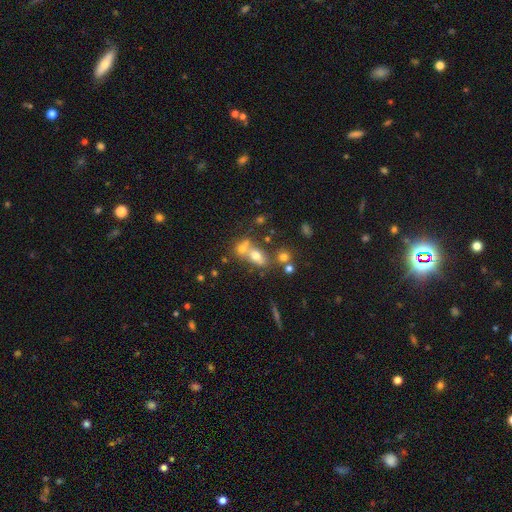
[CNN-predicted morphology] Smooth or featured? Predicted: smooth (p=0.63). How rounded? Predicted: in between (p=0.61). Merging? Predicted: merger (p=0.51).